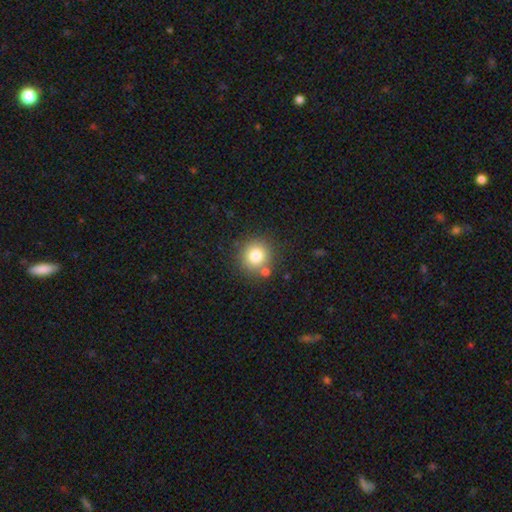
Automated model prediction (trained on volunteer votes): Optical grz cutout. It shows a smooth galaxy with no disk features (80%) that is round (92%). Merging: none (80%).